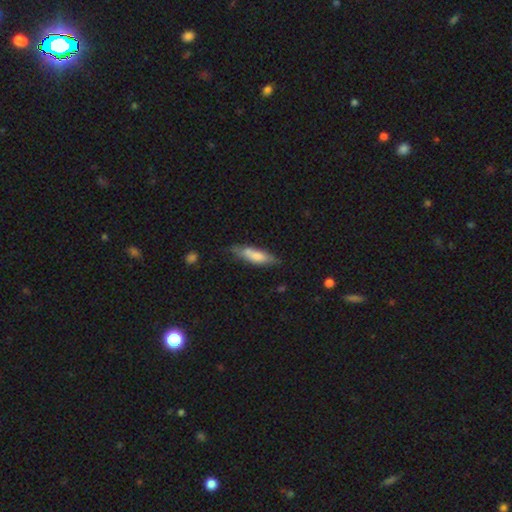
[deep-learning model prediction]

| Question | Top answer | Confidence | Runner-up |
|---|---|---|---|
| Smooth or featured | smooth | 70% | featured or disk (23%) |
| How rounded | cigar-shaped | 63% | in between (36%) |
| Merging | none | 59% | minor disturbance (28%) |